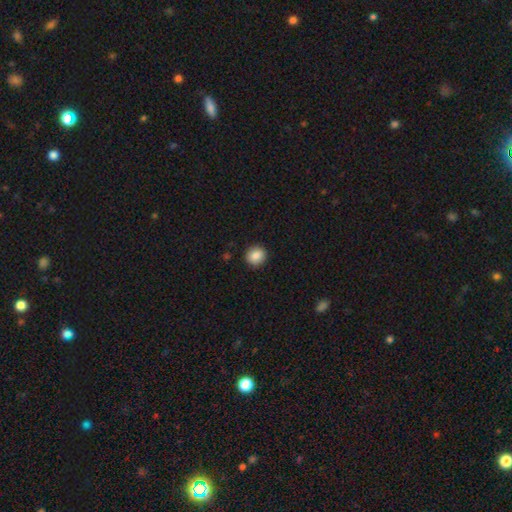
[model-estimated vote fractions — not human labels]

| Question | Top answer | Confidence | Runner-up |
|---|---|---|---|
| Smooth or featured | smooth | 87% | star or artifact (9%) |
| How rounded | round | 84% | in between (15%) |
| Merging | none | 91% | minor disturbance (6%) |